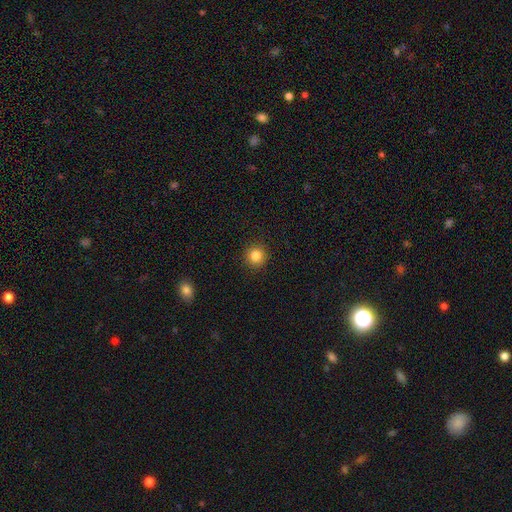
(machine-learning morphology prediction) Smooth or featured?
  - smooth: 83% *
  - star or artifact: 12%
  - featured or disk: 5%
How rounded?
  - round: 95% *
  - in between: 4%
  - cigar-shaped: 1%
Merging?
  - none: 93% *
  - minor disturbance: 5%
  - major disturbance: 2%
  - merger: 1%